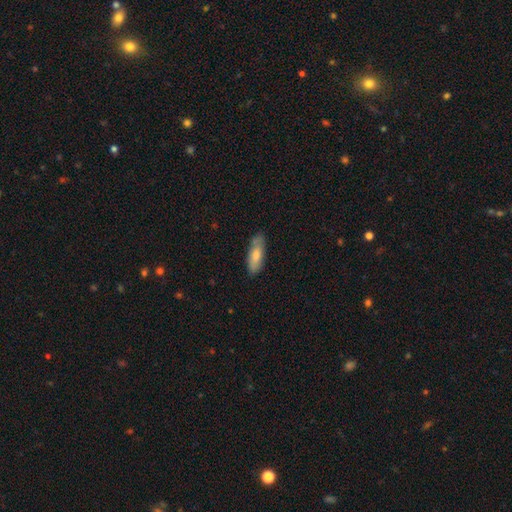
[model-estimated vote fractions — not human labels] smooth-or-featured: smooth: 76% | featured or disk: 19% | star or artifact: 6%
  how-rounded: in between: 65% | cigar-shaped: 33% | round: 2%
  merging: none: 69% | minor disturbance: 23% | major disturbance: 4% | merger: 4%